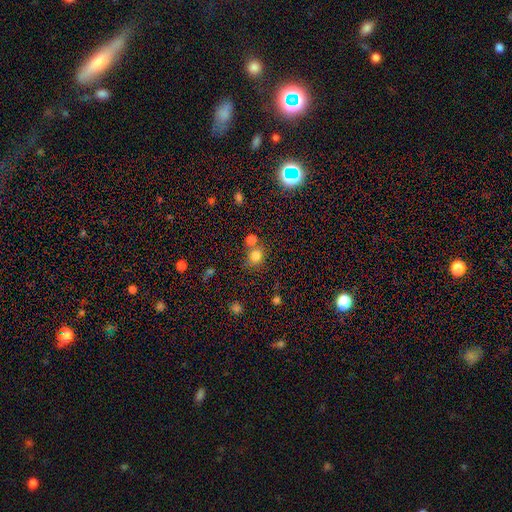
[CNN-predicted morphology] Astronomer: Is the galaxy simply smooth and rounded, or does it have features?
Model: smooth — 79%.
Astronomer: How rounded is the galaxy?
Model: round — 73%.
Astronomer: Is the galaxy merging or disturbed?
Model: none — 63%.